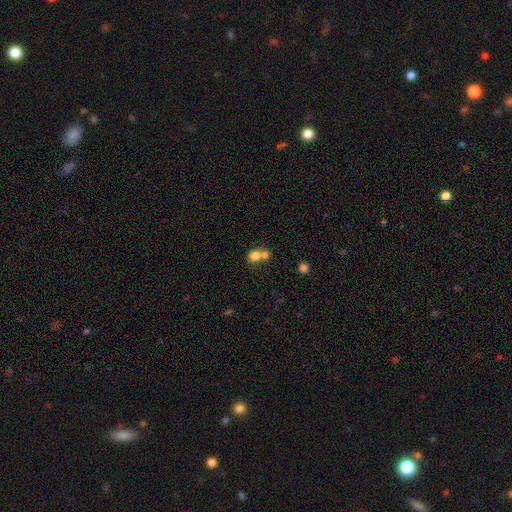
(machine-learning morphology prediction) A smooth galaxy with no disk features (76%) that is round (69%). Merging: merger (57%).